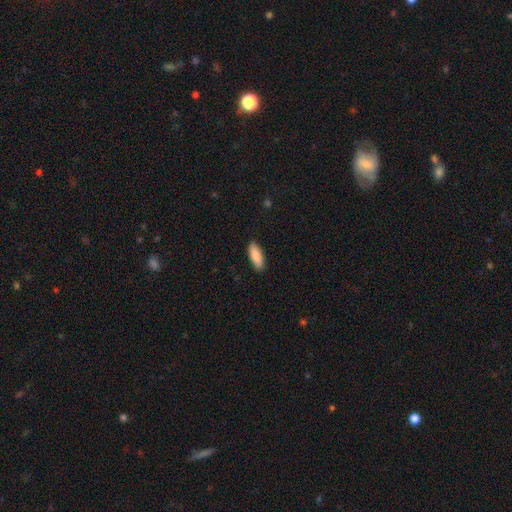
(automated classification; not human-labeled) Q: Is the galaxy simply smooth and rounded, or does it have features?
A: smooth — 89%.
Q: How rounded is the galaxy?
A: in between — 72%.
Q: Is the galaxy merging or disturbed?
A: none — 89%.